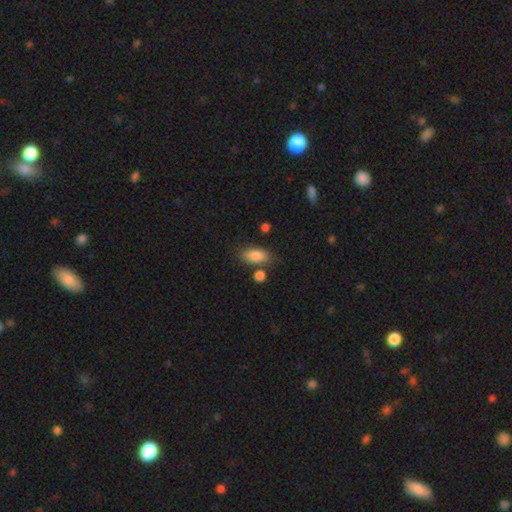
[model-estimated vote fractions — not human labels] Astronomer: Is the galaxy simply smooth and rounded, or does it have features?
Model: smooth — 85%.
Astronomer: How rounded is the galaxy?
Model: in between — 88%.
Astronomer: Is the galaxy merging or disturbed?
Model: none — 73%.